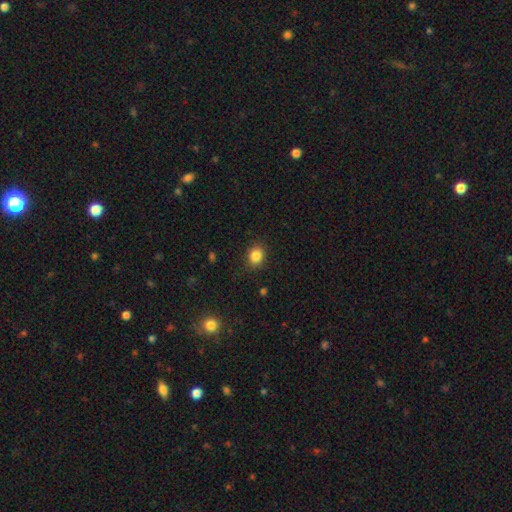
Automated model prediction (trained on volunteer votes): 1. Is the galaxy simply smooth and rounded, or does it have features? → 85% smooth, 11% star or artifact, 4% featured or disk.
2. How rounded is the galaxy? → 64% round, 35% in between, 1% cigar-shaped.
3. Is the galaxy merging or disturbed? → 87% none, 9% minor disturbance, 3% major disturbance, 1% merger.